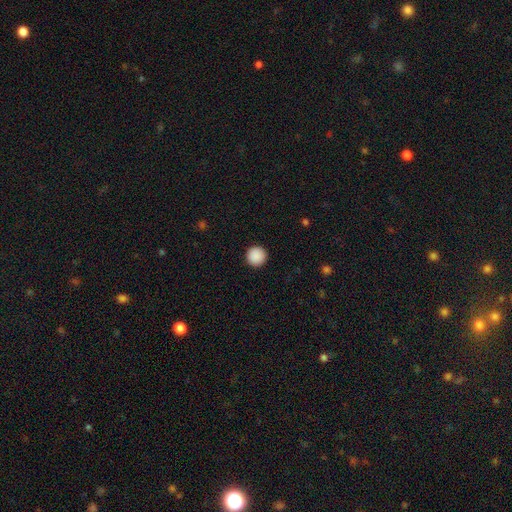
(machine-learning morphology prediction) This is clearly a smooth galaxy (90%). How rounded: clearly round (96%). Merging: clearly none (93%).